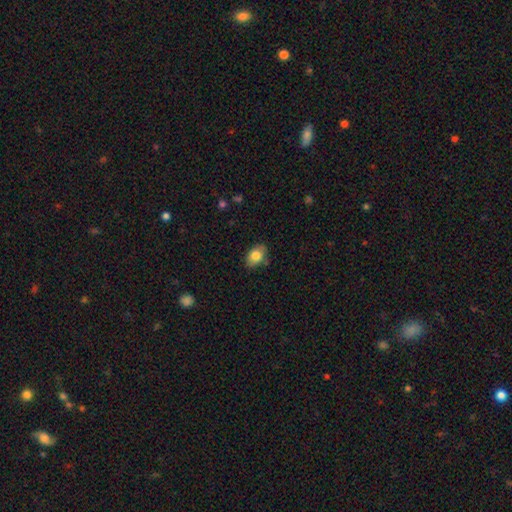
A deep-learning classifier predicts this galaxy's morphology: Smooth or featured? smooth (80%)
How rounded? in between (83%)
Merging? none (79%)